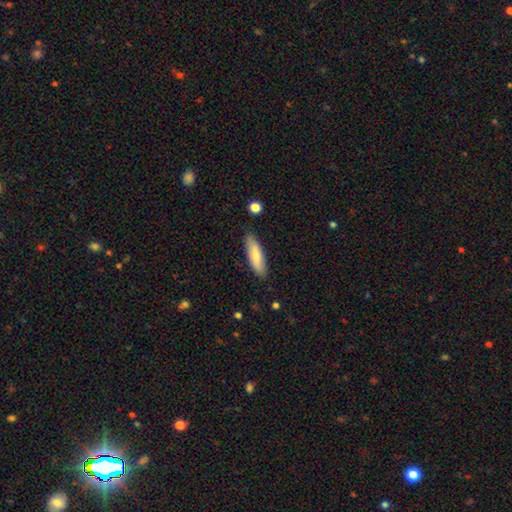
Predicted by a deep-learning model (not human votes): Smooth or featured: smooth — 77% (featured or disk — 17%)
How rounded: cigar-shaped — 56% (in between — 43%)
Merging: none — 86% (minor disturbance — 11%)